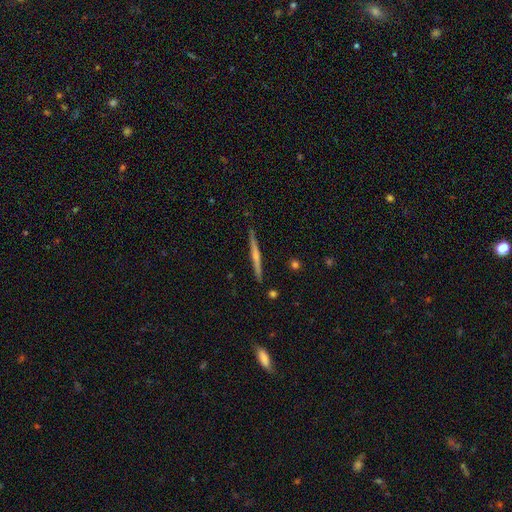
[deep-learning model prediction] smooth_or_featured: featured or disk (p=0.68) [alt: smooth p=0.26]
disk_edge_on: yes (p=0.98) [alt: no p=0.02]
edge_on_bulge: rounded (p=0.59) [alt: none p=0.33]
merging: none (p=0.91) [alt: minor disturbance p=0.06]